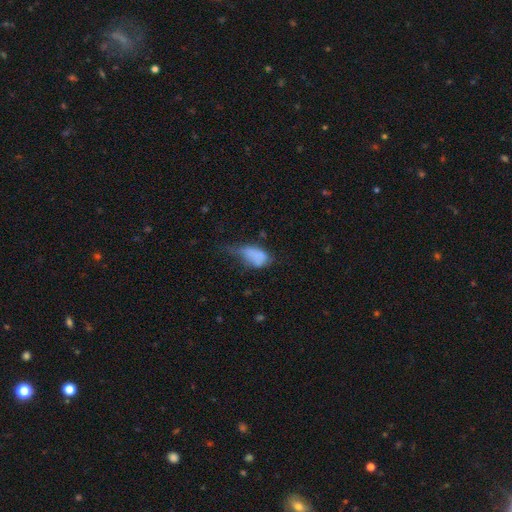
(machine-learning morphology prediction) type=smooth (70%); roundness=in between (88%); merging=major disturbance (43%).